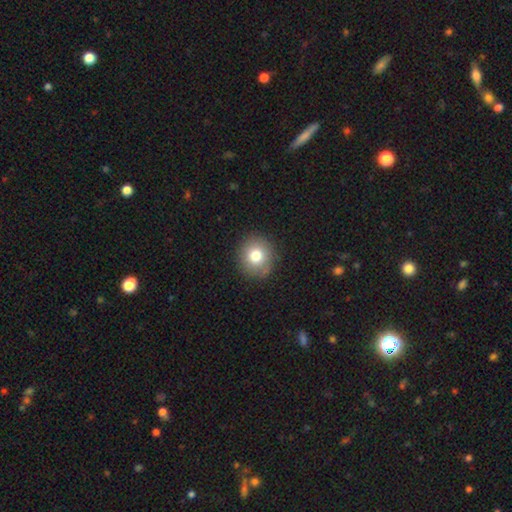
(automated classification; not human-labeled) The model was most divided on "smooth or featured": smooth: 78%, featured or disk: 11%, star or artifact: 11%. More confident: how rounded — round (89%); merging — none (88%).